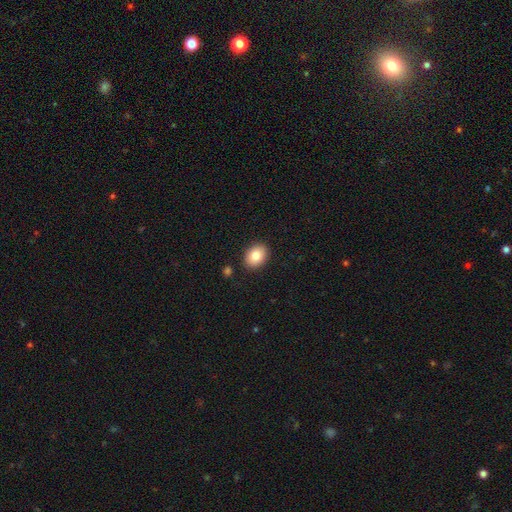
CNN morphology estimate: smooth 85%, featured or disk 8%, star or artifact 7%. Down the decision tree: how rounded — in between (71%); merging — none (88%).